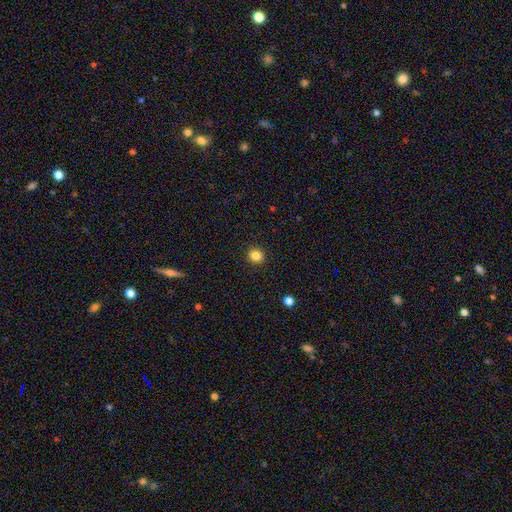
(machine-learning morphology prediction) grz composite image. It shows a smooth galaxy with no disk features (84%) that is round (88%). Merging: none (92%).